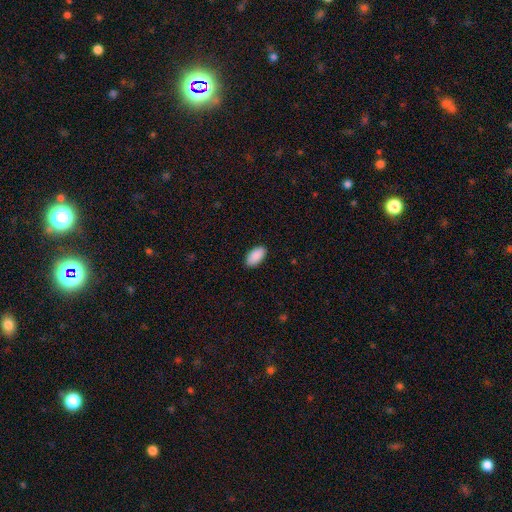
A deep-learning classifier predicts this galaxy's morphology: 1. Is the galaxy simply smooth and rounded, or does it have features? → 91% smooth, 6% star or artifact, 3% featured or disk.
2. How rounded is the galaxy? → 95% in between, 3% cigar-shaped, 2% round.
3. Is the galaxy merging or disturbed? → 89% none, 8% minor disturbance, 2% major disturbance, 1% merger.